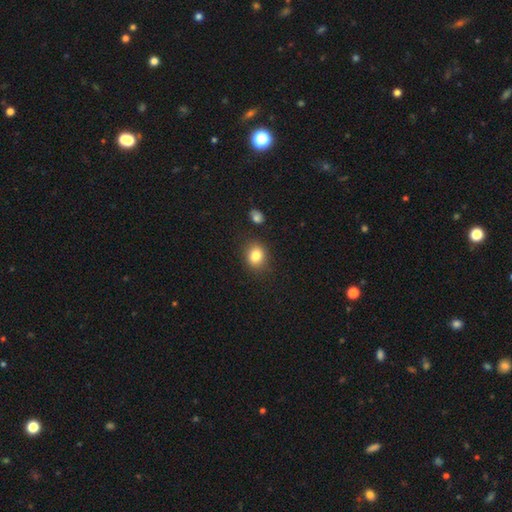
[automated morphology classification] This appears to be a smooth galaxy with no disk features (82%) that is round (62%). Merging: none (84%).